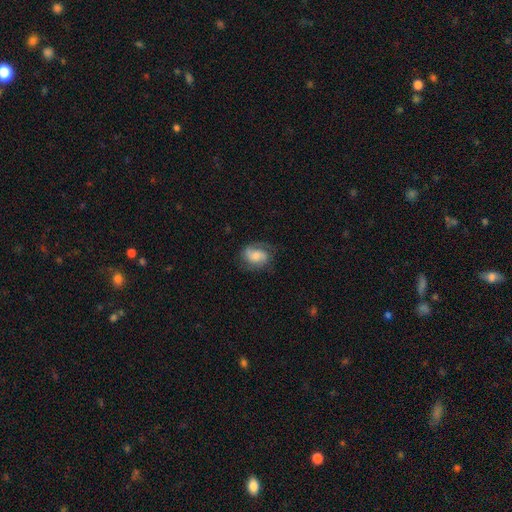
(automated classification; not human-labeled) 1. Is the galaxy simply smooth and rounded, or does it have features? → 52% featured or disk, 39% smooth, 8% star or artifact.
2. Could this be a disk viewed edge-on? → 97% no, 3% yes.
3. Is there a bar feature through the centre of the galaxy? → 58% no, 34% weak, 9% strong.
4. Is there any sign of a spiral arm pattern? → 89% yes, 11% no.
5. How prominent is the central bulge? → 38% moderate, 32% small, 16% large, 11% none, 3% dominant.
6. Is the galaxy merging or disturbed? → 64% none, 23% minor disturbance, 12% major disturbance, 1% merger.